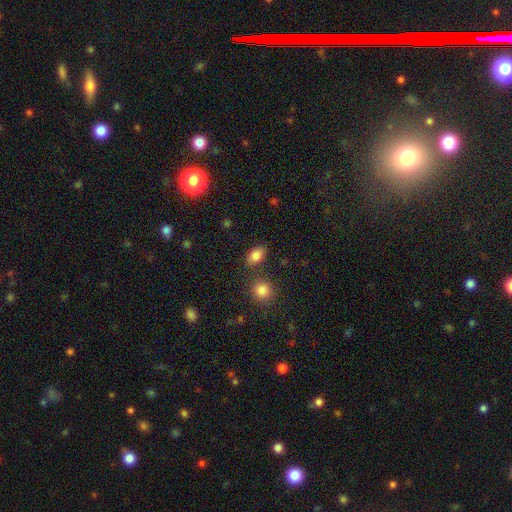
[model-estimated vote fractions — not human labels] The model was most divided on "merging": none: 79%, minor disturbance: 11%, merger: 7%, major disturbance: 3%. More confident: how rounded — in between (85%); smooth or featured — smooth (84%).